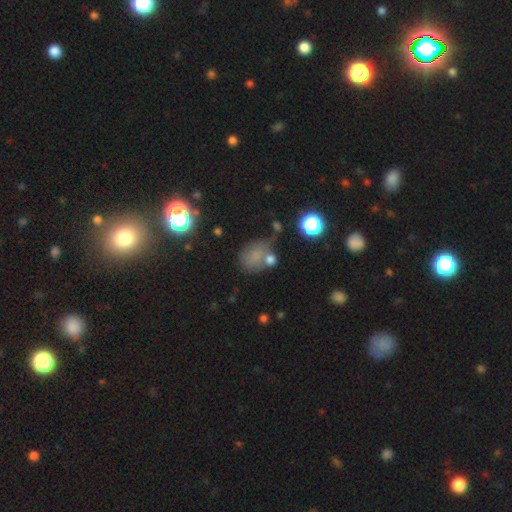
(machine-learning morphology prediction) smooth 64%, star or artifact 22%, featured or disk 14%. Down the decision tree: how rounded — round (54%); merging — none (50%).